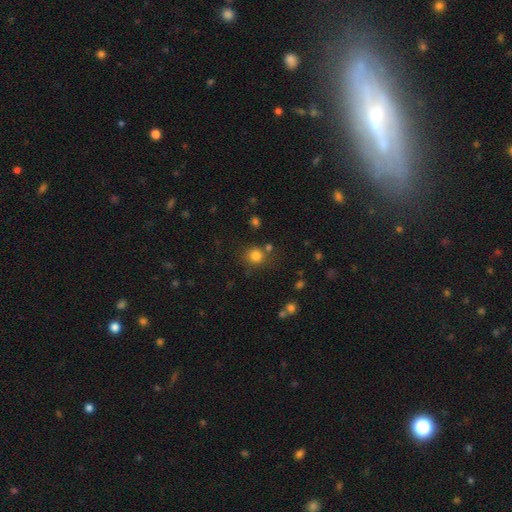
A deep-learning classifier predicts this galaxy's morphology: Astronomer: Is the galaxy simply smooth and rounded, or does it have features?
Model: smooth — 81%.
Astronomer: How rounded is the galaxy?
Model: round — 88%.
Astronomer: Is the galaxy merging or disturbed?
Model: none — 75%.